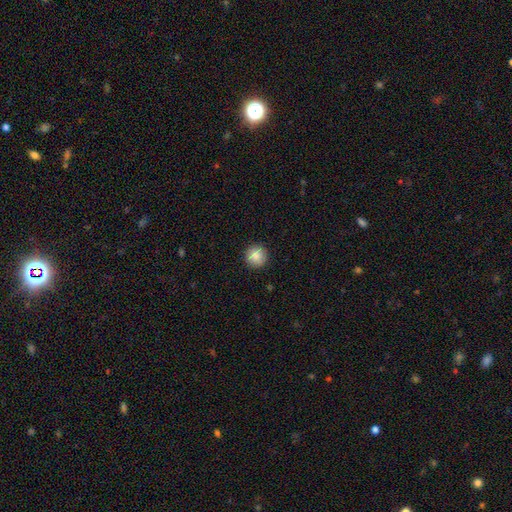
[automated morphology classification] Q: Smooth or featured?
A: smooth (87%); runner-up: star or artifact (8%)
Q: How rounded?
A: round (95%); runner-up: in between (4%)
Q: Merging?
A: none (91%); runner-up: minor disturbance (6%)